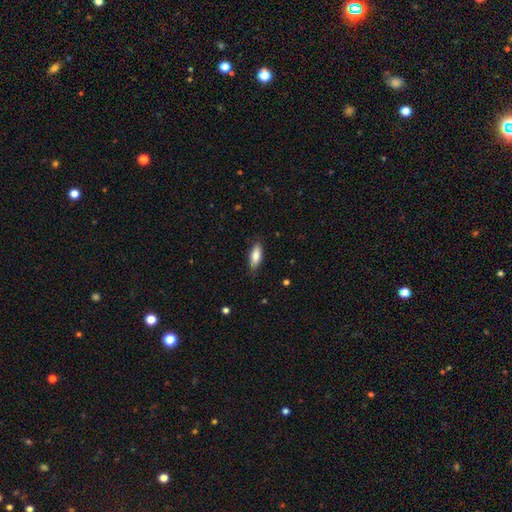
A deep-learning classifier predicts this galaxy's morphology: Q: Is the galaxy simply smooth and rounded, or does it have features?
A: smooth — 82%.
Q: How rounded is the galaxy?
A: in between — 73%.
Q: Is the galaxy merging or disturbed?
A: none — 82%.